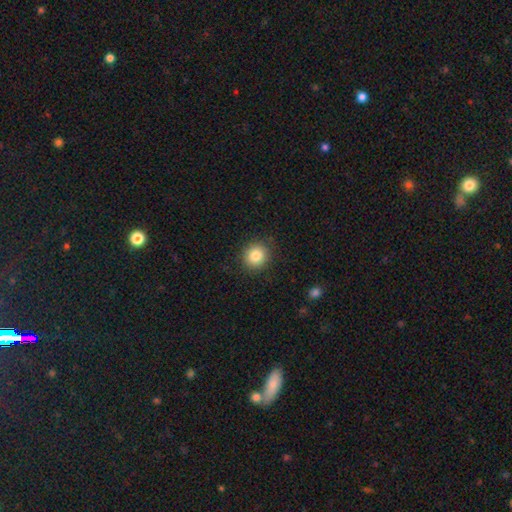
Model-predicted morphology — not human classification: Overall: smooth (84%). How rounded: round (88%). Merging: none (90%).